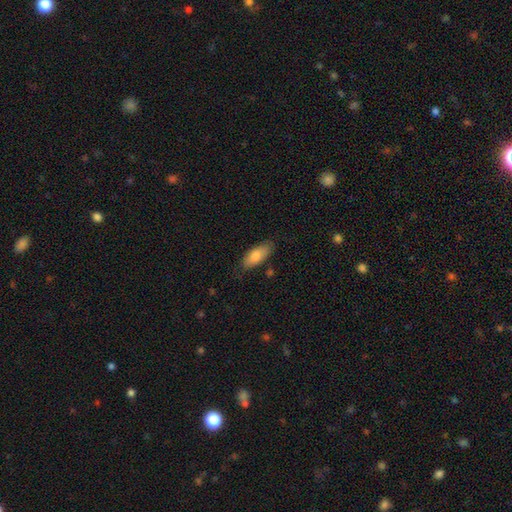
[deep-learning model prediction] Smooth or featured? Predicted: smooth (p=0.80). How rounded? Predicted: in between (p=0.79). Merging? Predicted: none (p=0.80).